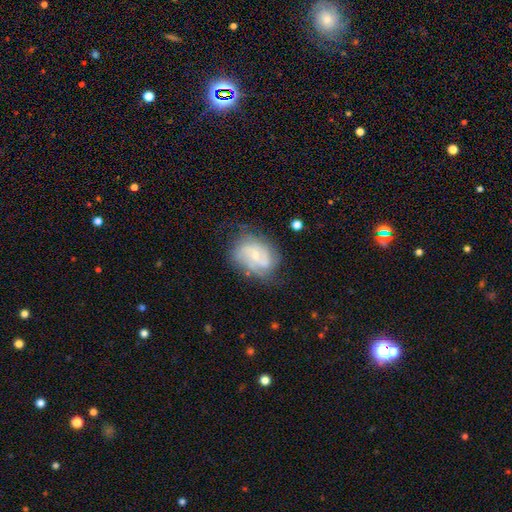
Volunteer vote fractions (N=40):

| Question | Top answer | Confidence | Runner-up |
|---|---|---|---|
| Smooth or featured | featured or disk | 68% | smooth (22%) |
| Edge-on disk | no | 96% | yes (4%) |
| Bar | no | 54% | weak (42%) |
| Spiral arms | yes | 81% | no (19%) |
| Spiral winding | medium | 48% | tight (29%) |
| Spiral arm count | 2 | 48% | 1 (19%) |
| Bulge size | small | 69% | moderate (23%) |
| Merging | none | 64% | major disturbance (22%) |